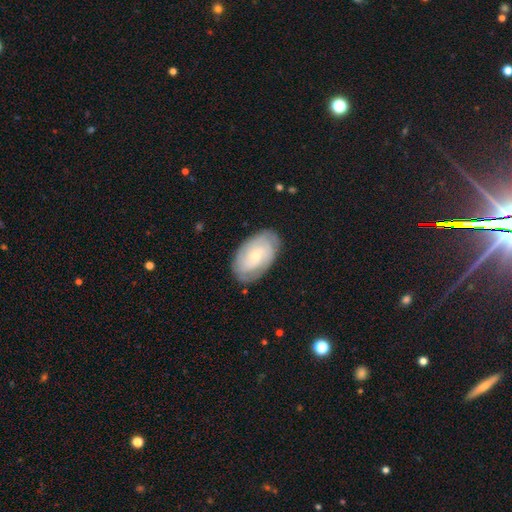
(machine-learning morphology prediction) Overall: featured or disk (65%; smooth 29%). Edge-on disk: no (95%). Bar: no (67%; weak 28%). Spiral arms: yes (86%). Spiral arm count: can't tell (49%; 2 23%). Spiral winding: tight (67%). Bulge size: small (71%). Merging: none (79%).